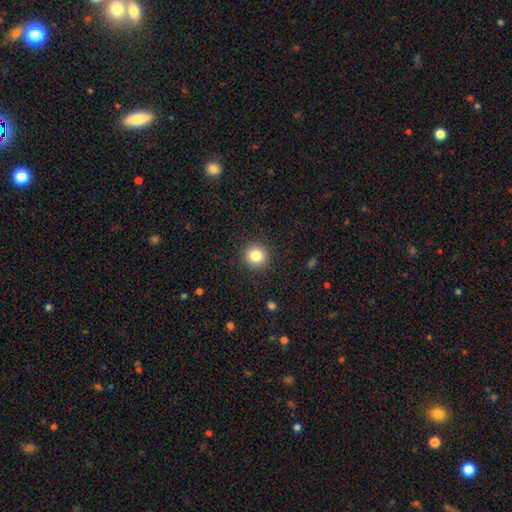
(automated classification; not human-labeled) smooth_or_featured: smooth (p=0.84) [alt: star or artifact p=0.10]
how_rounded: round (p=0.94) [alt: in between p=0.05]
merging: none (p=0.92) [alt: minor disturbance p=0.05]